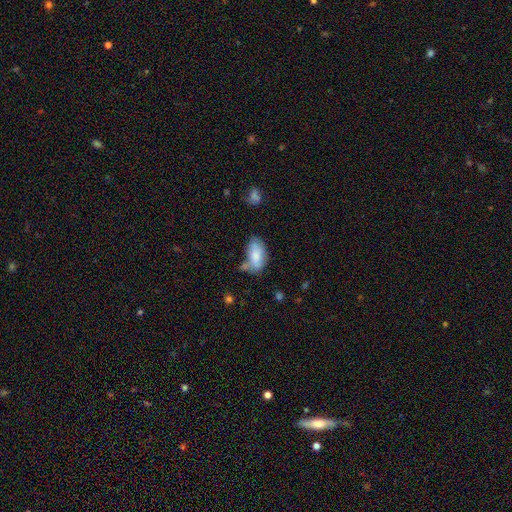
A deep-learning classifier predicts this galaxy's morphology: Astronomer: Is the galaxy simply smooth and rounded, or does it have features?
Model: smooth — 78%.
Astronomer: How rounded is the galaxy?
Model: in between — 93%.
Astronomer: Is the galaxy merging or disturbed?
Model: none — 45% (runner-up: minor disturbance, 31%).